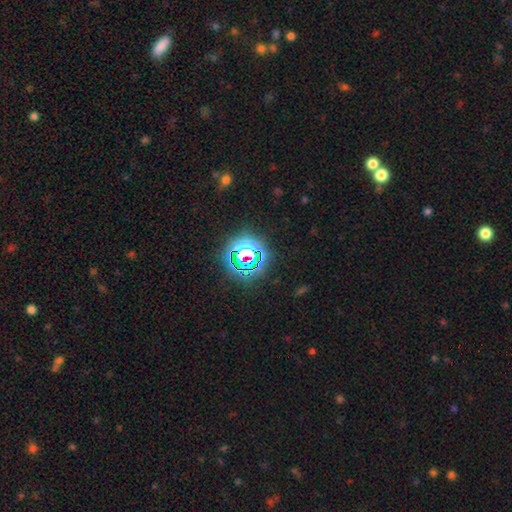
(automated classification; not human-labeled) Smooth or featured? star or artifact (77%)